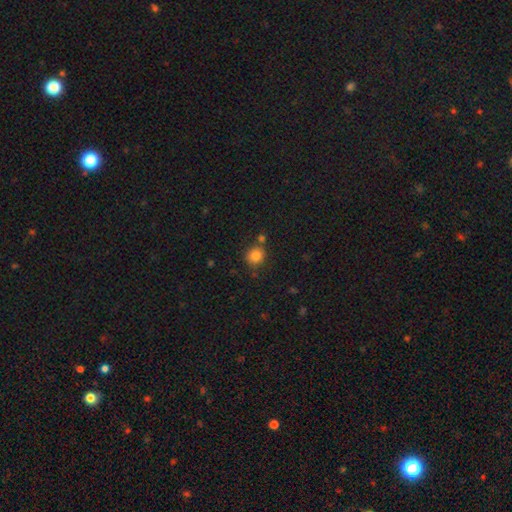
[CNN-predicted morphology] This appears to be a smooth galaxy with no disk features (84%) that is round (85%). Merging: none (74%).